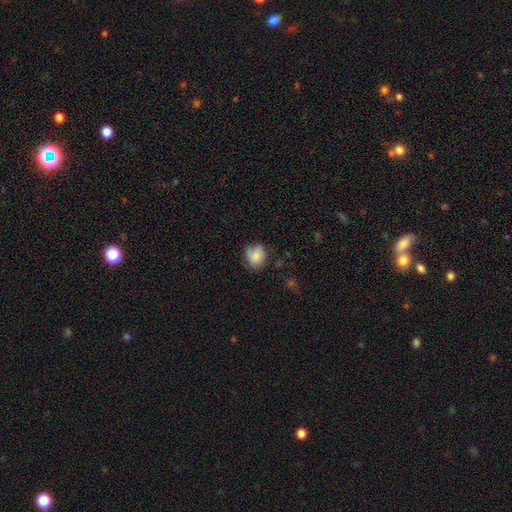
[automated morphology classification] A smooth galaxy with no disk features (82%) that is round (64%). Merging: none (63%).